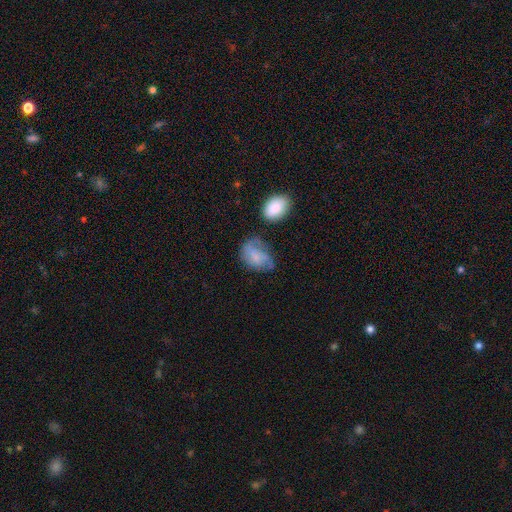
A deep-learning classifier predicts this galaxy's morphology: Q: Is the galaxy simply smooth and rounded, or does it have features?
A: smooth — 49%.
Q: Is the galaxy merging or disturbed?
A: none — 39%.